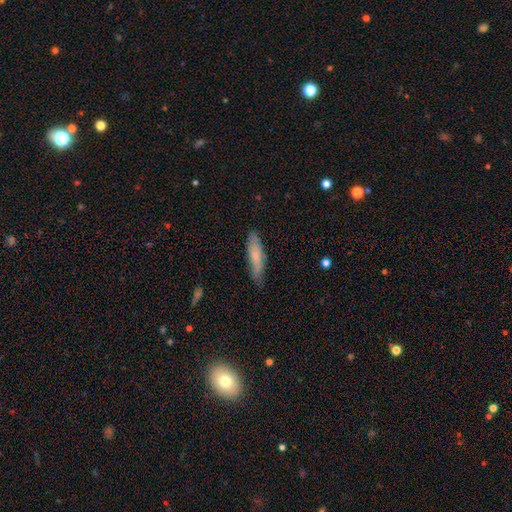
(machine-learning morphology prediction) Smooth or featured? smooth (71%)
How rounded? cigar-shaped (77%)
Merging? none (78%)